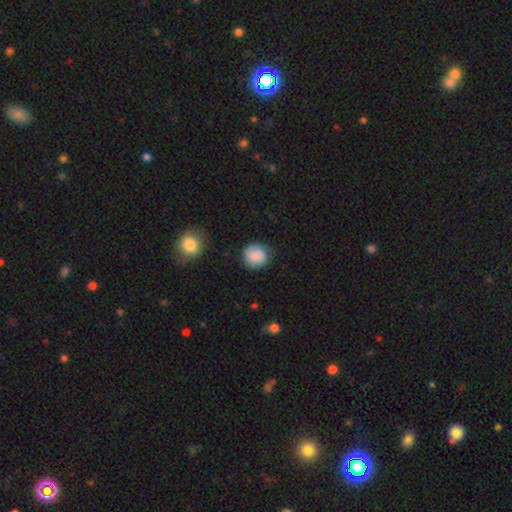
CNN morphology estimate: Smooth or featured?
  - smooth: 80% *
  - featured or disk: 12%
  - star or artifact: 8%
How rounded?
  - round: 89% *
  - in between: 10%
  - cigar-shaped: 1%
Merging?
  - none: 78% *
  - minor disturbance: 16%
  - major disturbance: 5%
  - merger: 2%